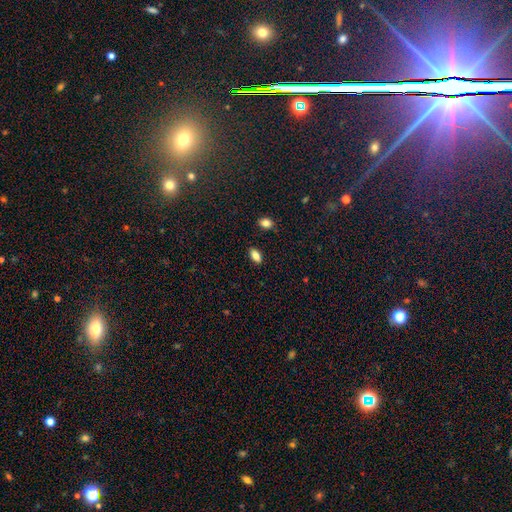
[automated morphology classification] Smooth or featured? smooth (83%)
How rounded? in between (89%)
Merging? none (88%)